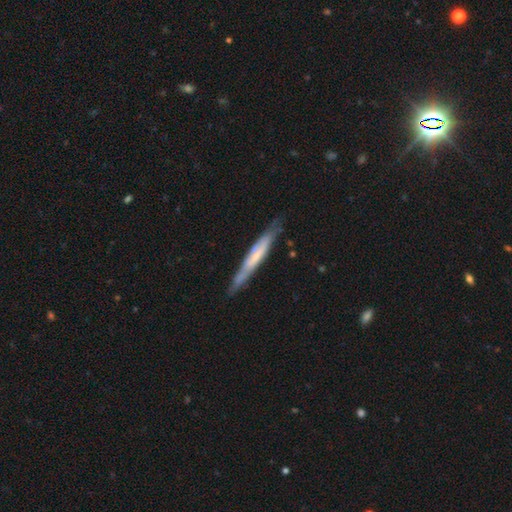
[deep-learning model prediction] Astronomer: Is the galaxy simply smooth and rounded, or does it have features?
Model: featured or disk — 56% (runner-up: smooth, 39%).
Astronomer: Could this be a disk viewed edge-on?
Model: yes — 84%.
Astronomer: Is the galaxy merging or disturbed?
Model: none — 79%.